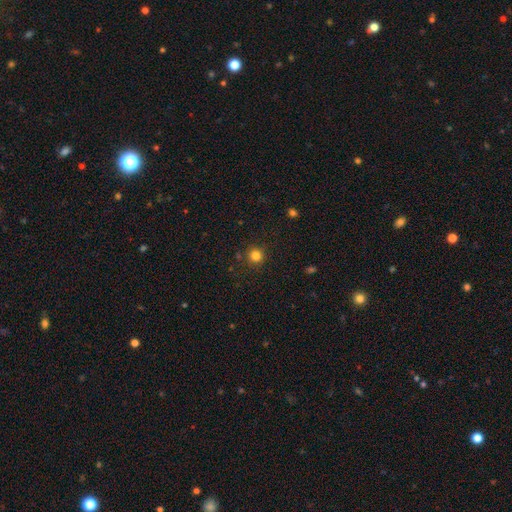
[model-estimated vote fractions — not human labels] Overall: smooth (82%). How rounded: round (94%). Merging: none (89%).